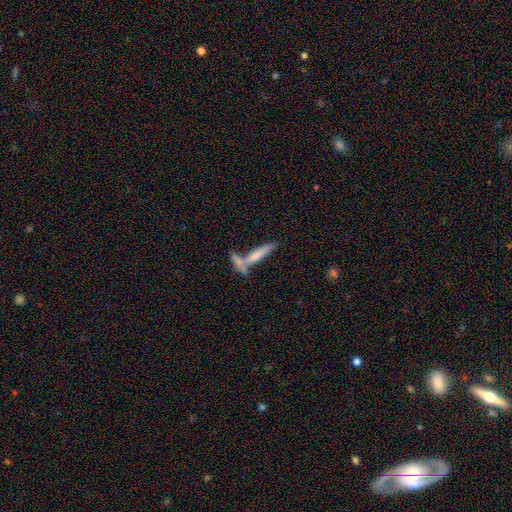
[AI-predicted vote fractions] smooth 58%, featured or disk 34%, star or artifact 8%. Down the decision tree: how rounded — cigar-shaped (86%); merging — none (47%).